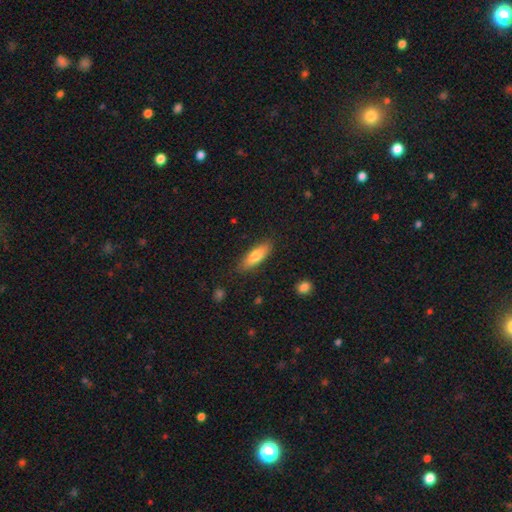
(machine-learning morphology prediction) A smooth galaxy with no disk features (75%) that is in between round and cigar-shaped (57%).

Vote fractions:
- Smooth or featured? smooth: 75% / featured or disk: 19% / star or artifact: 6%
- How rounded? in between: 57% / cigar-shaped: 41% / round: 2%
- Merging? none: 85% / minor disturbance: 11% / major disturbance: 2% / merger: 1%